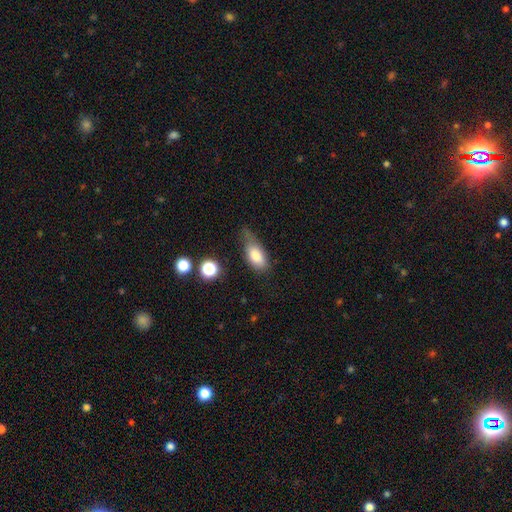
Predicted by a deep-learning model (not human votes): This is likely a smooth galaxy (80%). How rounded: clearly in between (87%). Merging: marginally minor disturbance (41%).